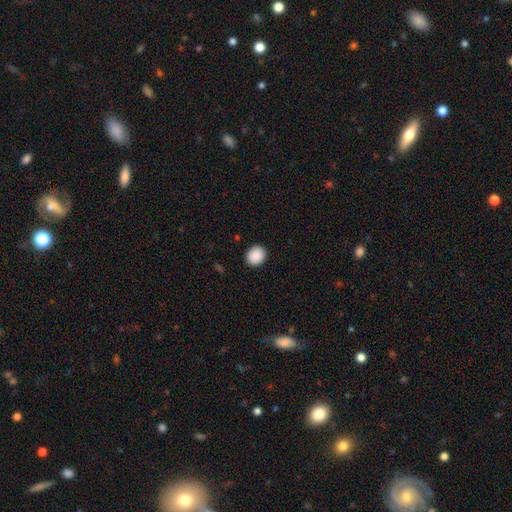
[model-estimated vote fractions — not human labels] Smooth or featured?
  - smooth: 90% *
  - star or artifact: 8%
  - featured or disk: 2%
How rounded?
  - round: 76% *
  - in between: 23%
  - cigar-shaped: 1%
Merging?
  - none: 91% *
  - minor disturbance: 7%
  - major disturbance: 2%
  - merger: 1%